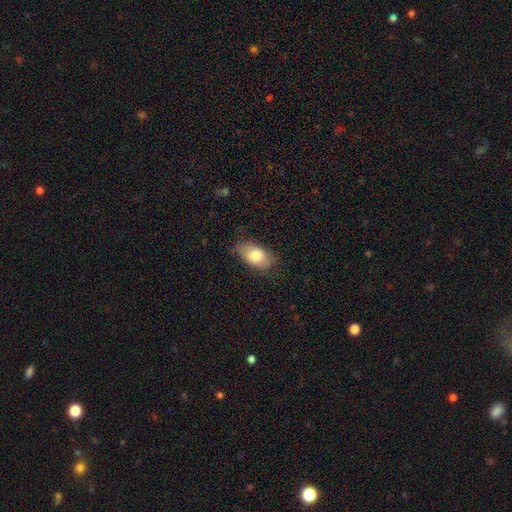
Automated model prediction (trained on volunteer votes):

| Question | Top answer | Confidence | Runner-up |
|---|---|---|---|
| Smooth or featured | smooth | 80% | featured or disk (14%) |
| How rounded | in between | 91% | round (6%) |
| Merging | none | 73% | minor disturbance (21%) |